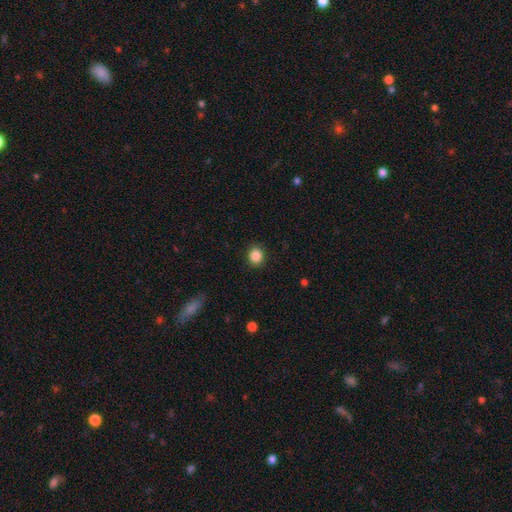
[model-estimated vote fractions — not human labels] smooth_or_featured: smooth (p=0.86) [alt: star or artifact p=0.10]
how_rounded: round (p=0.81) [alt: in between p=0.18]
merging: none (p=0.90) [alt: minor disturbance p=0.07]